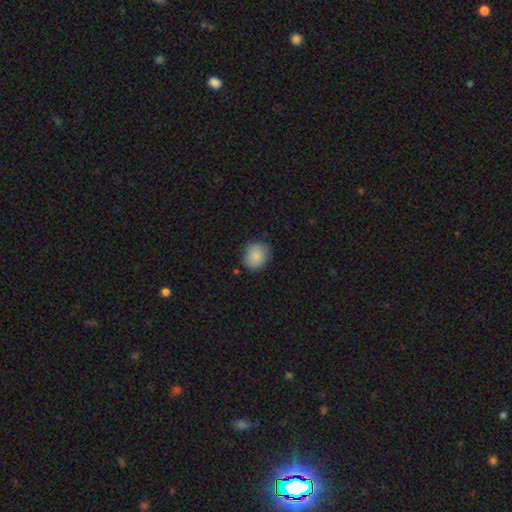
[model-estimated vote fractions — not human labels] smooth_or_featured: smooth (p=0.87) [alt: star or artifact p=0.08]
how_rounded: round (p=0.69) [alt: in between p=0.30]
merging: none (p=0.80) [alt: minor disturbance p=0.15]